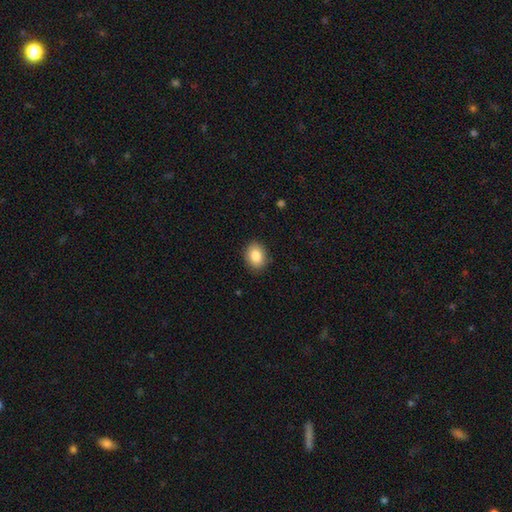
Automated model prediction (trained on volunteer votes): This appears to be a smooth galaxy with no disk features (86%) that is in between round and cigar-shaped (67%). Merging: none (88%).